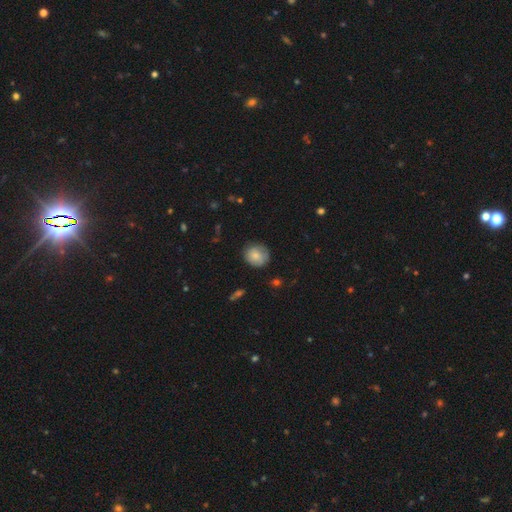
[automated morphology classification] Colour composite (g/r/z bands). It shows a smooth galaxy with no disk features (78%) that is round (81%). Merging: none (75%).